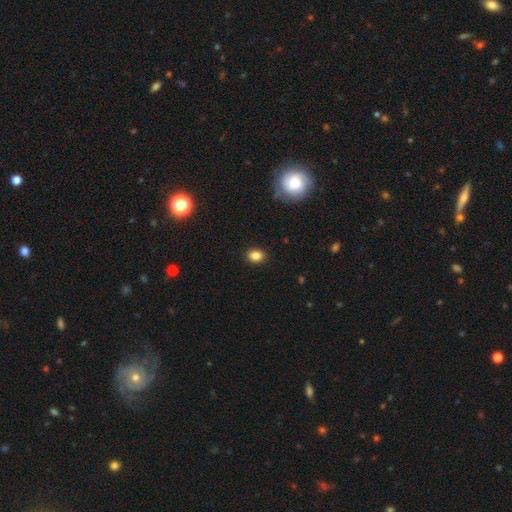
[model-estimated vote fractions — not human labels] Q: Smooth or featured?
A: smooth (84%); runner-up: star or artifact (11%)
Q: How rounded?
A: in between (65%); runner-up: round (34%)
Q: Merging?
A: none (90%); runner-up: minor disturbance (7%)